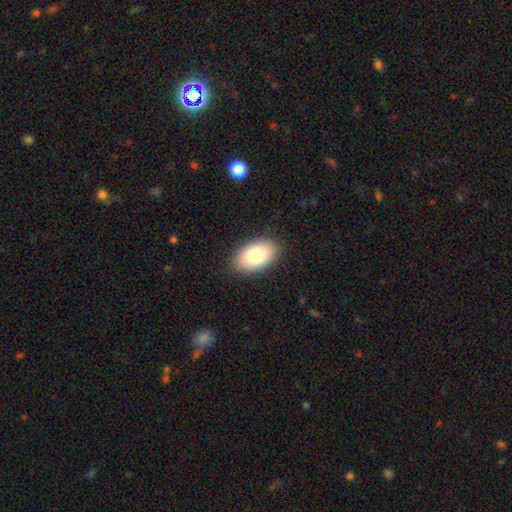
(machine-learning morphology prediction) The model was most divided on "smooth or featured": smooth: 82%, featured or disk: 11%, star or artifact: 7%. More confident: how rounded — in between (93%); merging — none (87%).